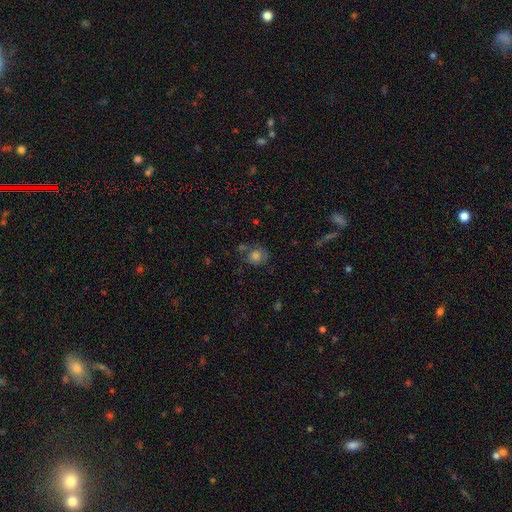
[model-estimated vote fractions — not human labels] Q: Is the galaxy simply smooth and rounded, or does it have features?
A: smooth — 71%.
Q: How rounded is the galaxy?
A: round — 76%.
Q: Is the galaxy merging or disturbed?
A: none — 52%.